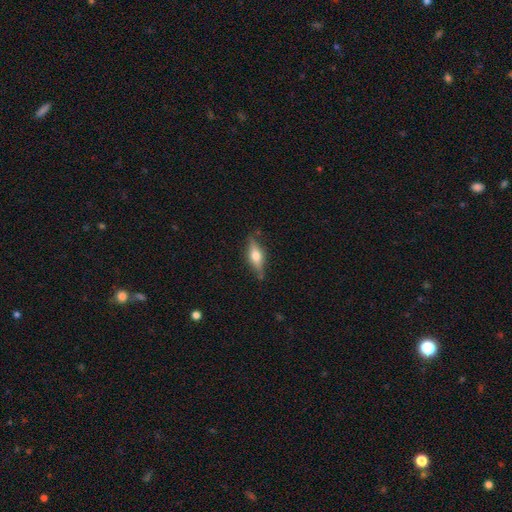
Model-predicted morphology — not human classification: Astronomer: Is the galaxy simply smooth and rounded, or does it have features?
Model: featured or disk — 57% (runner-up: smooth, 37%).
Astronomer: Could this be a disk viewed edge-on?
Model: yes — 93%.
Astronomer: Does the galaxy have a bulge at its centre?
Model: rounded — 92%.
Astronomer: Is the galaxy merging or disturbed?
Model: none — 80%.